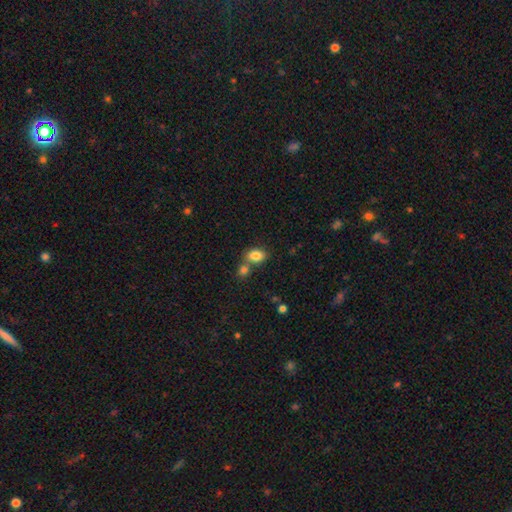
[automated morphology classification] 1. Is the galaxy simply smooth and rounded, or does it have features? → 83% smooth, 9% star or artifact, 8% featured or disk.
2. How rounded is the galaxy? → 78% in between, 21% round, 1% cigar-shaped.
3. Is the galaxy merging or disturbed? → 55% none, 32% merger, 11% minor disturbance, 3% major disturbance.